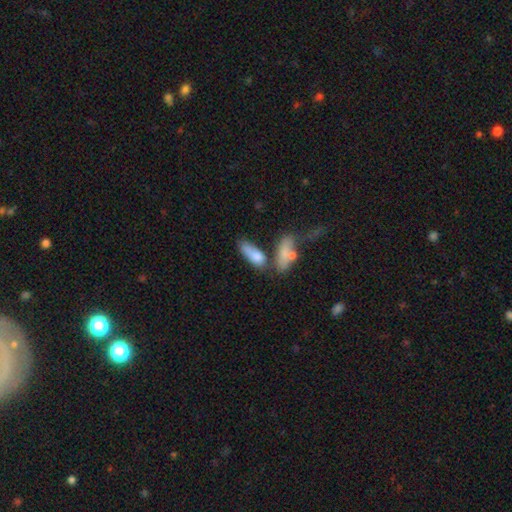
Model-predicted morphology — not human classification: smooth_or_featured: smooth (p=0.77) [alt: featured or disk p=0.16]
how_rounded: in between (p=0.68) [alt: cigar-shaped p=0.28]
merging: none (p=0.39) [alt: merger p=0.34]